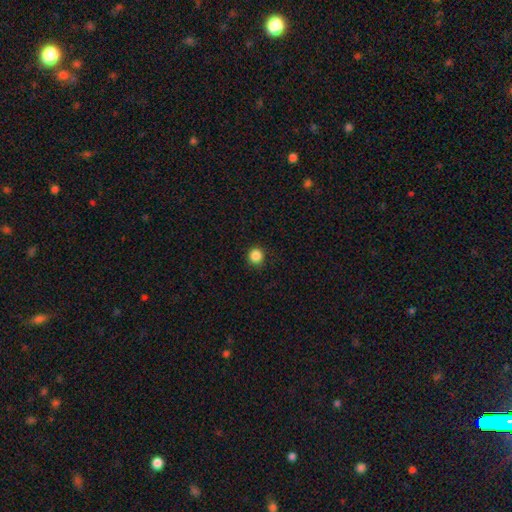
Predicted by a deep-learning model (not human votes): This is clearly a smooth galaxy (86%). How rounded: clearly round (93%). Merging: clearly none (91%).